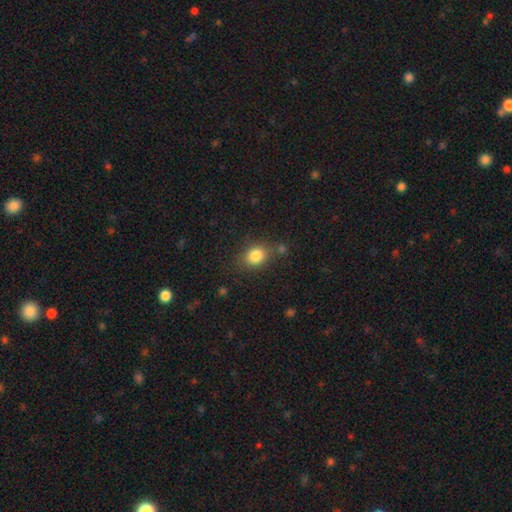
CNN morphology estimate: Smooth or featured? smooth (83%)
How rounded? in between (50%)
Merging? none (73%)